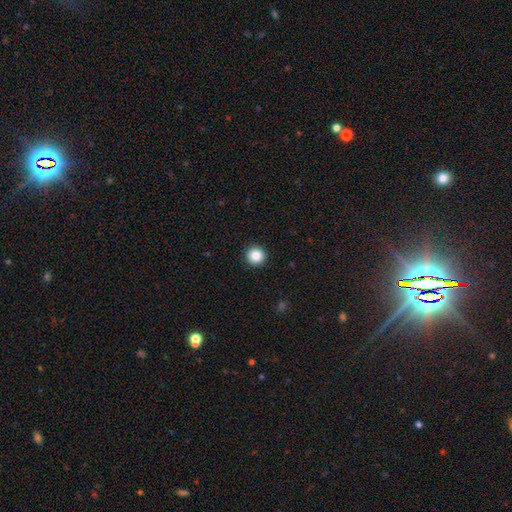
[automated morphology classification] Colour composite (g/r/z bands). It shows a smooth galaxy with no disk features (86%) that is round (95%). Merging: none (93%).